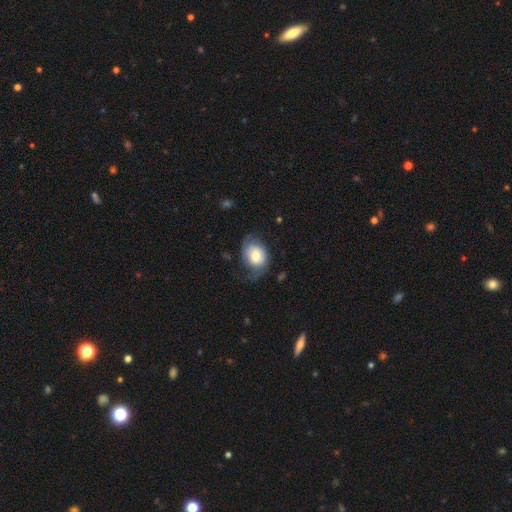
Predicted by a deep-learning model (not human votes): A smooth galaxy with no disk features (66%) that is in between round and cigar-shaped (61%).

Vote fractions:
- Smooth or featured? smooth: 66% / featured or disk: 27% / star or artifact: 7%
- How rounded? in between: 61% / round: 38% / cigar-shaped: 1%
- Merging? none: 40% / minor disturbance: 32% / major disturbance: 26% / merger: 2%